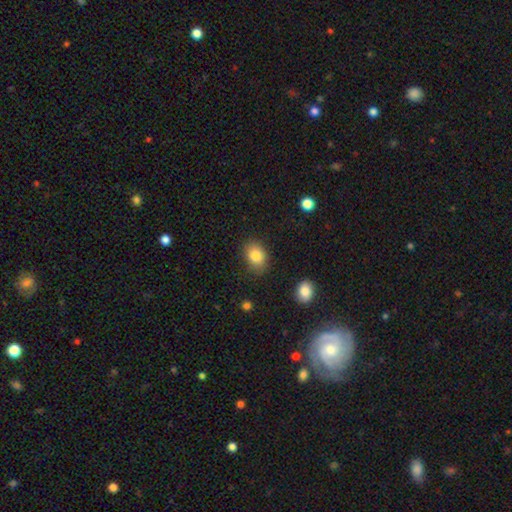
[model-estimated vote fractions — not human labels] Smooth or featured: smooth — 84% (star or artifact — 9%)
How rounded: in between — 71% (round — 28%)
Merging: none — 80% (minor disturbance — 15%)